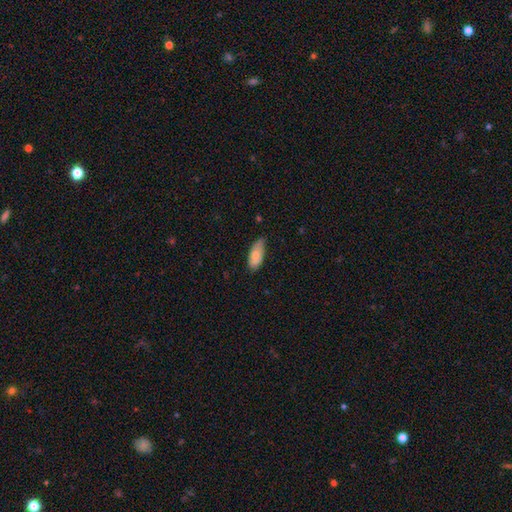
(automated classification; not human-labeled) Smooth or featured: smooth — 74% (featured or disk — 20%)
How rounded: in between — 87% (cigar-shaped — 10%)
Merging: none — 64% (minor disturbance — 31%)